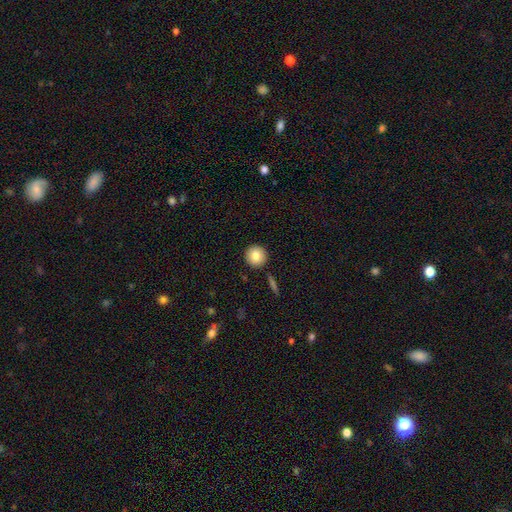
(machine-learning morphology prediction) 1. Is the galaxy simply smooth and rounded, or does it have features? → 81% smooth, 11% featured or disk, 8% star or artifact.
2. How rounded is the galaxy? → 95% round, 4% in between, 1% cigar-shaped.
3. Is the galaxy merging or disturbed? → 92% none, 5% minor disturbance, 2% merger, 2% major disturbance.